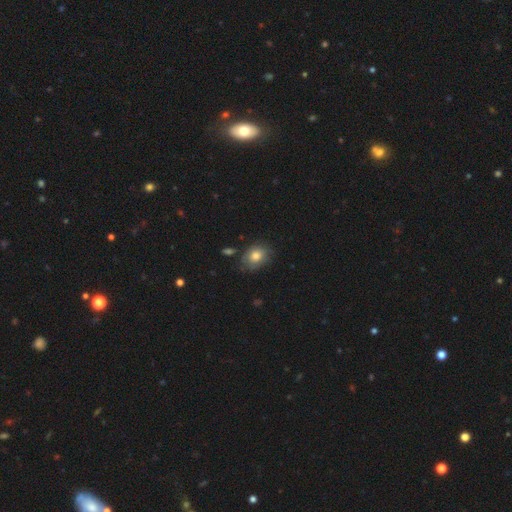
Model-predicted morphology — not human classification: smooth_or_featured: smooth (p=0.77) [alt: featured or disk p=0.15]
how_rounded: in between (p=0.63) [alt: round p=0.36]
merging: none (p=0.68) [alt: minor disturbance p=0.23]